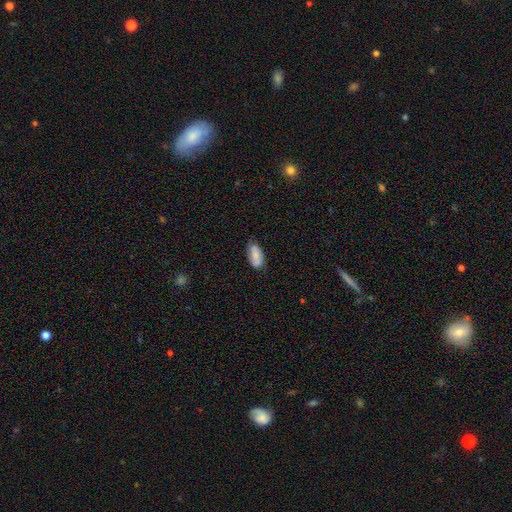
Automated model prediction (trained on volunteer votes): The model was most divided on "smooth or featured": smooth: 61%, featured or disk: 32%, star or artifact: 7%. More confident: how rounded — in between (92%); merging — none (74%).